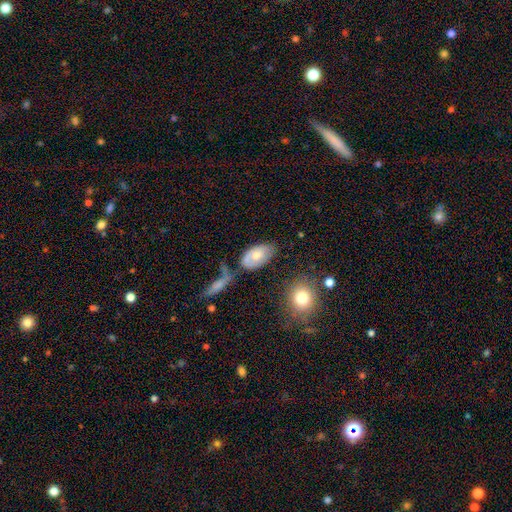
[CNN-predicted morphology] The model was most divided on "merging": none: 52%, minor disturbance: 24%, merger: 13%, major disturbance: 11%. More confident: how rounded — in between (92%); smooth or featured — smooth (61%).